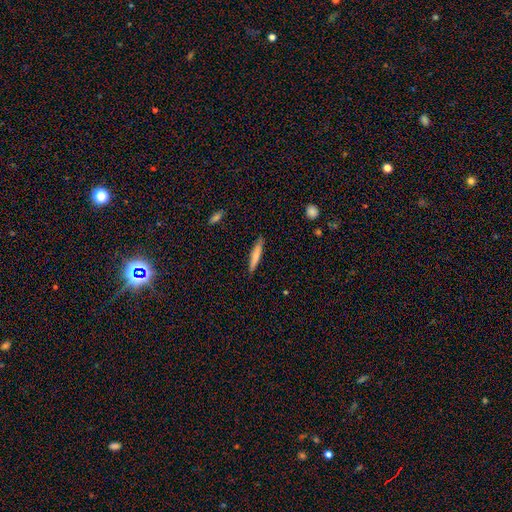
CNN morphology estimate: type=smooth (71%); roundness=cigar-shaped (93%); merging=none (89%).